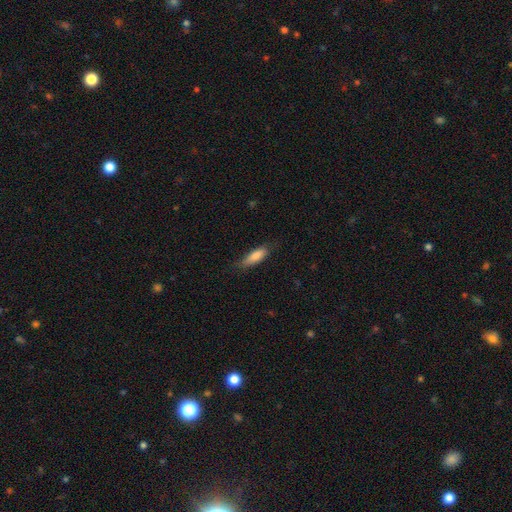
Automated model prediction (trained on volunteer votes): smooth 80%, featured or disk 14%, star or artifact 6%. Down the decision tree: how rounded — in between (52%); merging — none (75%).